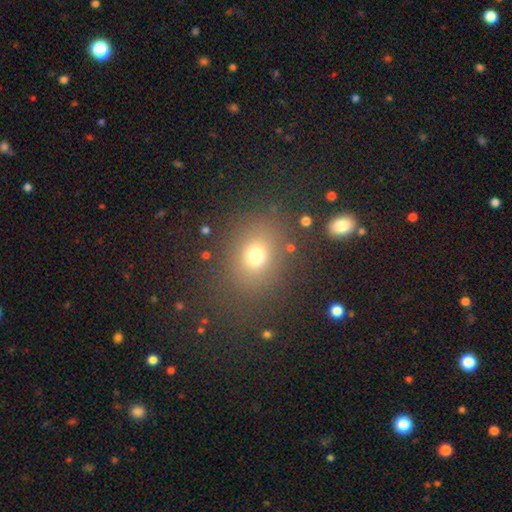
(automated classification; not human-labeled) smooth_or_featured: smooth (p=0.71) [alt: star or artifact p=0.19]
how_rounded: round (p=0.53) [alt: in between p=0.46]
merging: none (p=0.80) [alt: minor disturbance p=0.11]